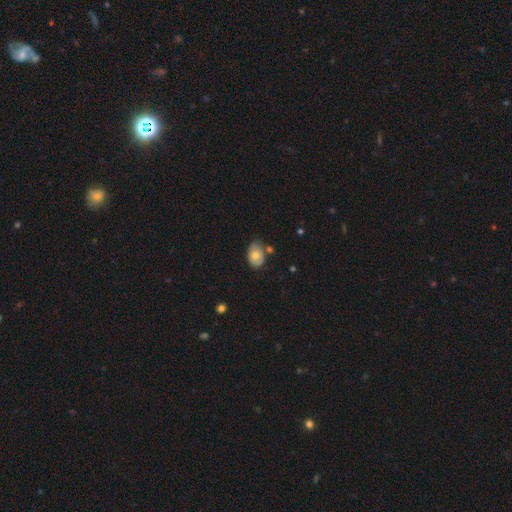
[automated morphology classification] Smooth or featured? Predicted: smooth (p=0.64). How rounded? Predicted: in between (p=0.79). Merging? Predicted: none (p=0.55).